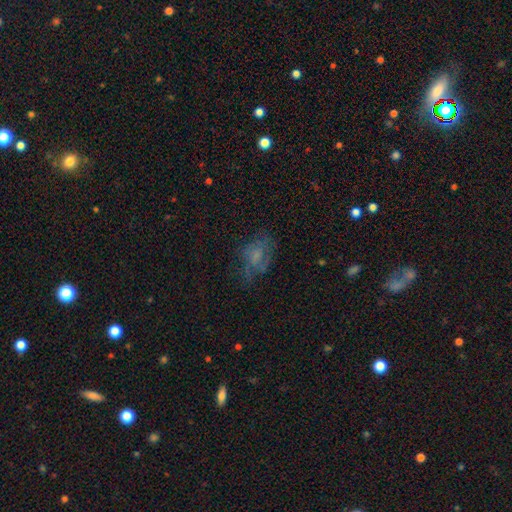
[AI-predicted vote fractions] The model was most divided on "smooth or featured" (2-way tie): featured or disk: 42%, smooth: 42%, star or artifact: 17%. Remaining: merging — none (50%).